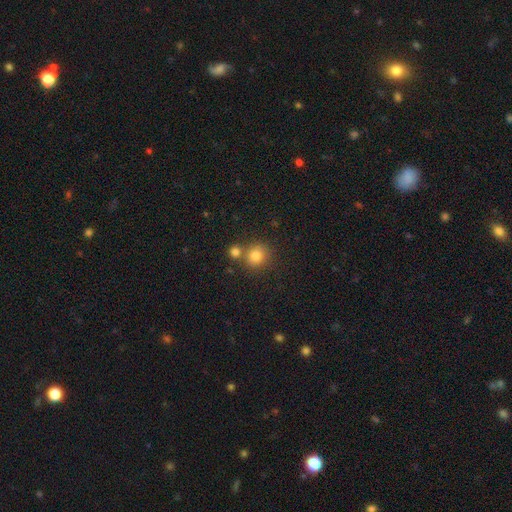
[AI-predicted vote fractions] A smooth galaxy with no disk features (81%) that is round (87%).

Vote fractions:
- Smooth or featured? smooth: 81% / star or artifact: 12% / featured or disk: 7%
- How rounded? round: 87% / in between: 12% / cigar-shaped: 1%
- Merging? none: 64% / merger: 24% / minor disturbance: 9% / major disturbance: 3%